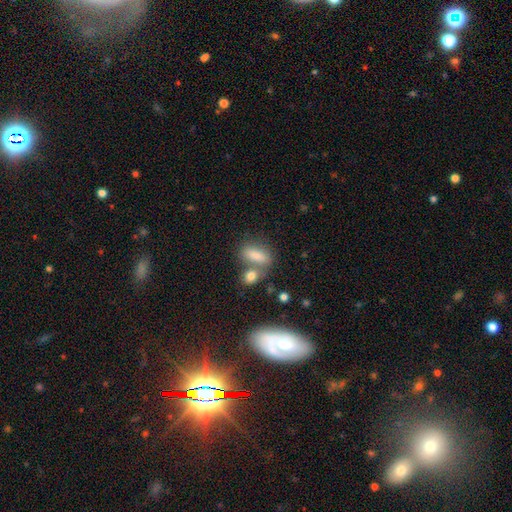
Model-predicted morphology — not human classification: smooth-or-featured: smooth: 76% | featured or disk: 13% | star or artifact: 11%
  how-rounded: in between: 75% | cigar-shaped: 16% | round: 9%
  merging: none: 54% | merger: 25% | minor disturbance: 15% | major disturbance: 6%